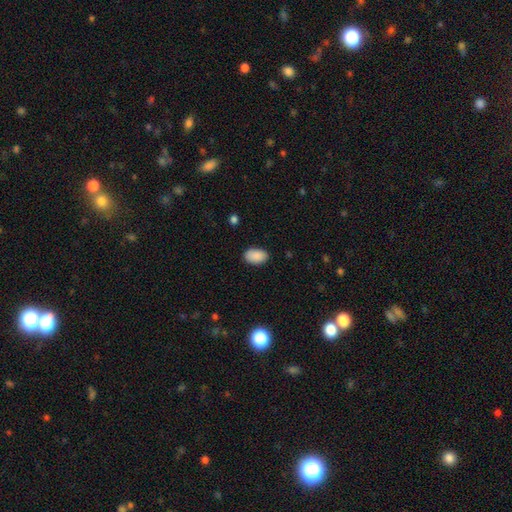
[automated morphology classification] A smooth galaxy with no disk features (90%) that is in between round and cigar-shaped (92%). Merging: none (87%).